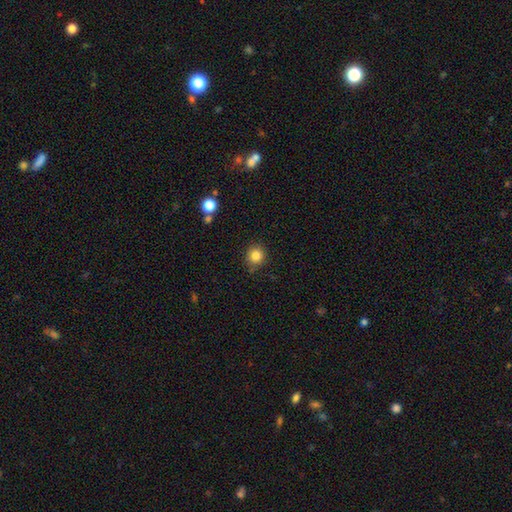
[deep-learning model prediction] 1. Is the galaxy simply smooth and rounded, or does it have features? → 84% smooth, 11% star or artifact, 5% featured or disk.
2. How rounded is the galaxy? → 88% round, 11% in between, 1% cigar-shaped.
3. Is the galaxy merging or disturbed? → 83% none, 11% minor disturbance, 3% merger, 3% major disturbance.